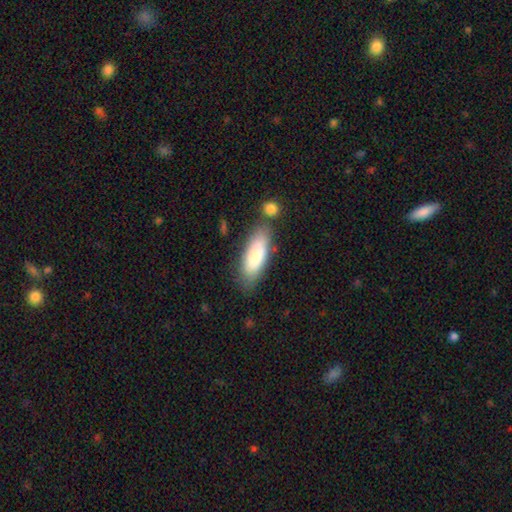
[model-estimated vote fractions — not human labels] smooth-or-featured: smooth: 79% | featured or disk: 15% | star or artifact: 6%
  how-rounded: in between: 69% | cigar-shaped: 29% | round: 2%
  merging: none: 66% | minor disturbance: 17% | merger: 11% | major disturbance: 5%